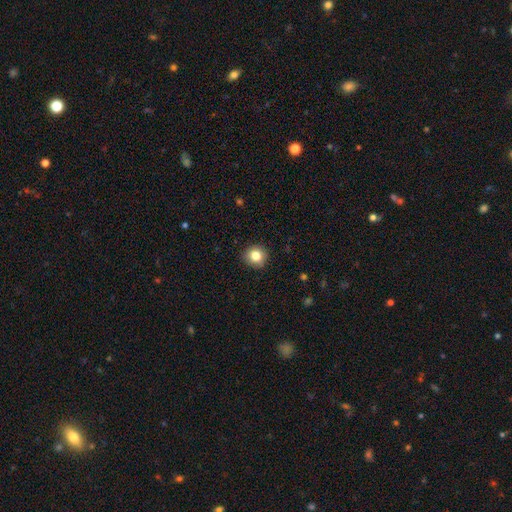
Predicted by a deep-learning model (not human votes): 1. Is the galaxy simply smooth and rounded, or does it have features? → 83% smooth, 10% star or artifact, 7% featured or disk.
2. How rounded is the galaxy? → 87% round, 12% in between, 1% cigar-shaped.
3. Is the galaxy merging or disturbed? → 90% none, 7% minor disturbance, 2% major disturbance, 1% merger.